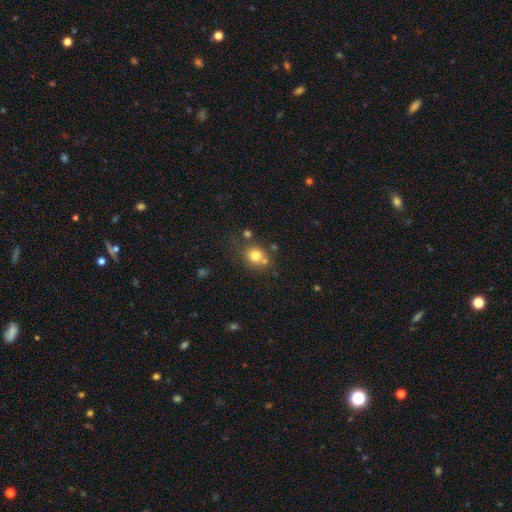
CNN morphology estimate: A smooth galaxy with no disk features (77%) that is round (75%). Merging: none (63%).